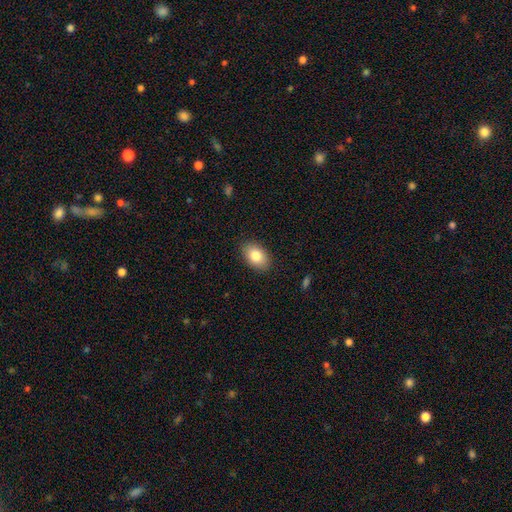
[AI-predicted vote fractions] A smooth galaxy with no disk features (82%) that is in between round and cigar-shaped (88%).

Vote fractions:
- Smooth or featured? smooth: 82% / featured or disk: 10% / star or artifact: 8%
- How rounded? in between: 88% / round: 11% / cigar-shaped: 1%
- Merging? none: 88% / minor disturbance: 9% / major disturbance: 2% / merger: 1%